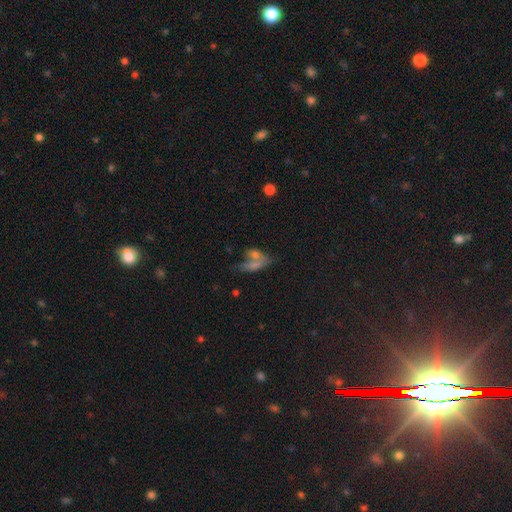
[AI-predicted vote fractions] Smooth or featured?
  - smooth: 54% *
  - featured or disk: 27%
  - star or artifact: 19%
How rounded?
  - in between: 67% *
  - cigar-shaped: 19%
  - round: 14%
Merging?
  - merger: 45% *
  - none: 31%
  - minor disturbance: 13%
  - major disturbance: 12%